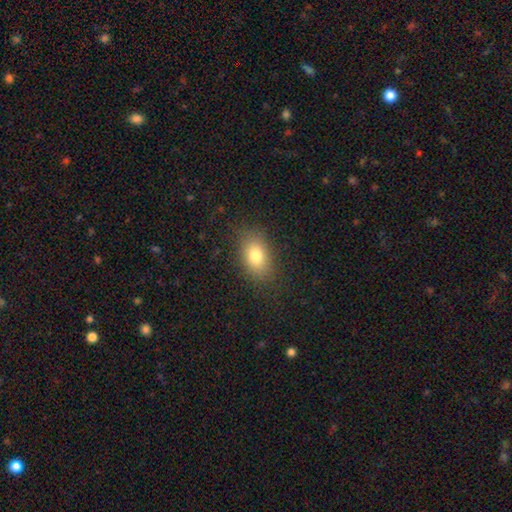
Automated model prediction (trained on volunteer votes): This appears to be a smooth galaxy with no disk features (79%) that is in between round and cigar-shaped (84%). Merging: none (84%).